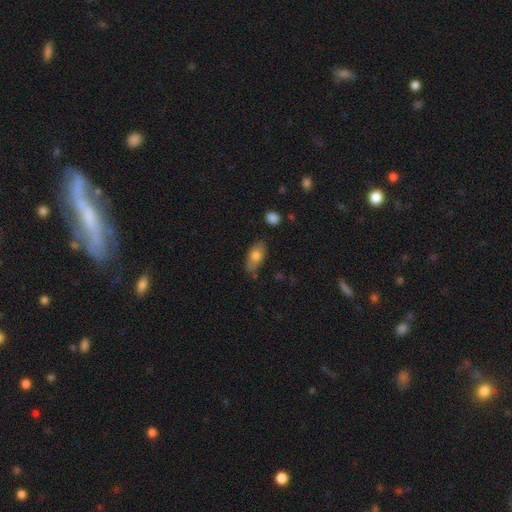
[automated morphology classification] Smooth or featured? smooth (72%)
How rounded? in between (87%)
Merging? none (71%)